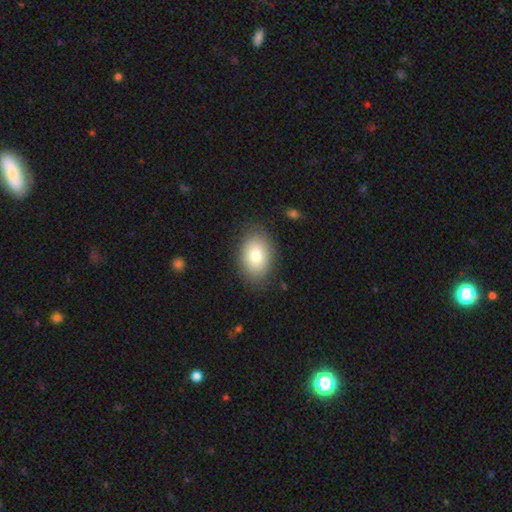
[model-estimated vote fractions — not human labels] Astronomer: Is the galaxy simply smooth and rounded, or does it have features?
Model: smooth — 81%.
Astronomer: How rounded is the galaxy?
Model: in between — 84%.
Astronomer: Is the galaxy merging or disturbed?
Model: none — 85%.